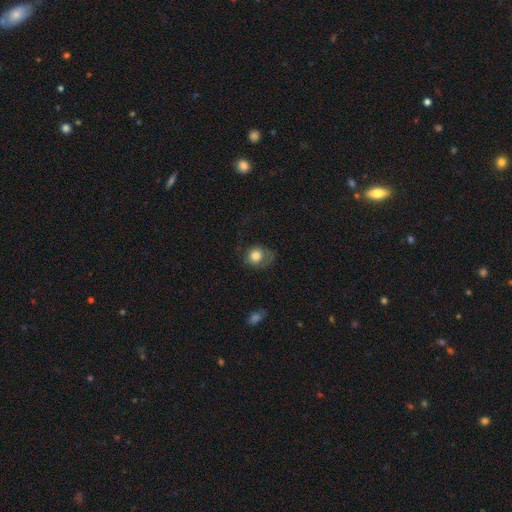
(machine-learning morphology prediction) This appears to be a smooth galaxy with no disk features (78%) that is round (74%). Merging: none (45%).